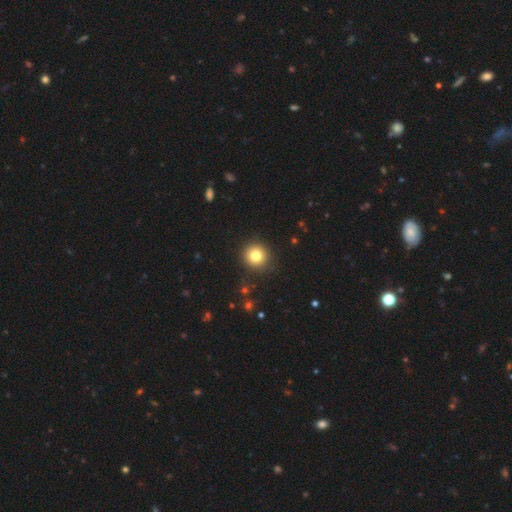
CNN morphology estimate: smooth 81%, star or artifact 11%, featured or disk 8%. Down the decision tree: how rounded — round (94%); merging — none (91%).